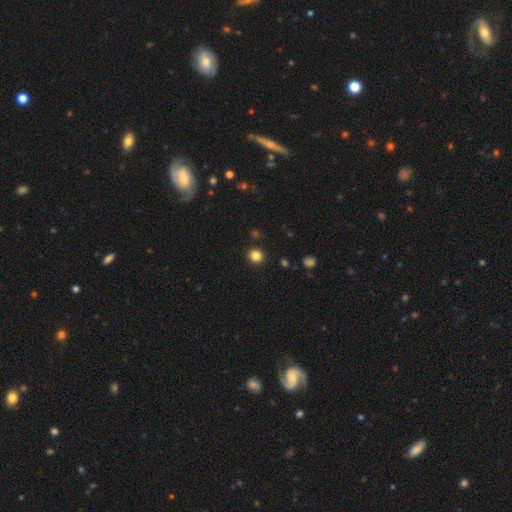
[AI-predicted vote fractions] Smooth or featured?
  - smooth: 84% *
  - star or artifact: 12%
  - featured or disk: 5%
How rounded?
  - round: 86% *
  - in between: 14%
  - cigar-shaped: 1%
Merging?
  - none: 91% *
  - minor disturbance: 6%
  - major disturbance: 2%
  - merger: 2%